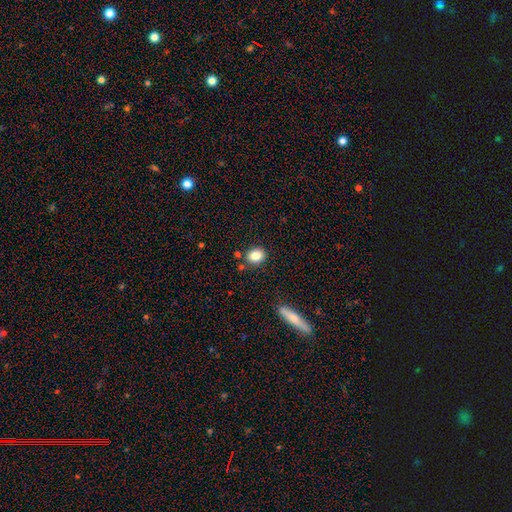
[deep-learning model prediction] Q: Smooth or featured?
A: smooth (83%); runner-up: star or artifact (10%)
Q: How rounded?
A: round (54%); runner-up: in between (45%)
Q: Merging?
A: none (82%); runner-up: minor disturbance (10%)